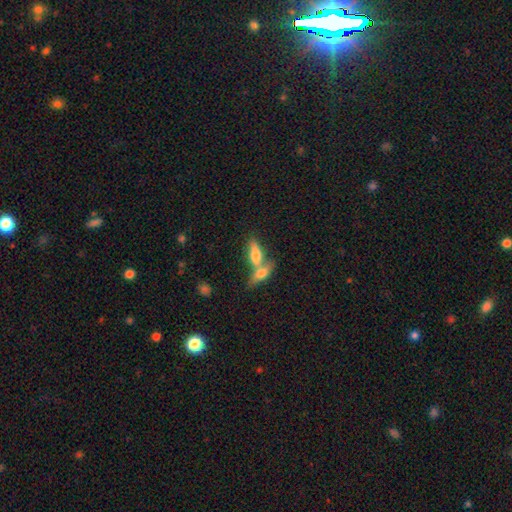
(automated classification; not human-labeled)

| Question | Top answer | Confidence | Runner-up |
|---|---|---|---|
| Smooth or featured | smooth | 63% | featured or disk (29%) |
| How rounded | in between | 61% | cigar-shaped (34%) |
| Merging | merger | 61% | none (29%) |